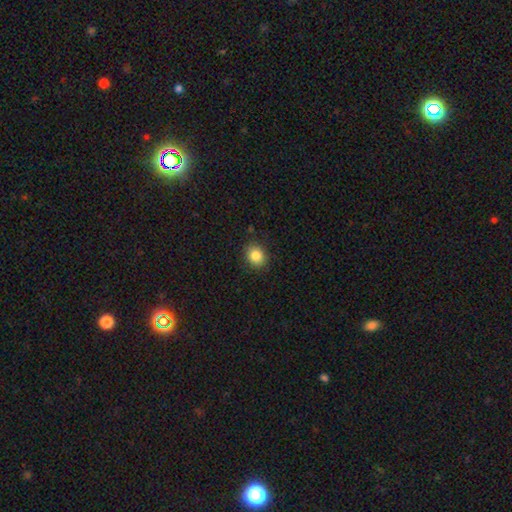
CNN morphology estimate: smooth 85%, star or artifact 10%, featured or disk 5%. Down the decision tree: how rounded — round (67%); merging — none (88%).